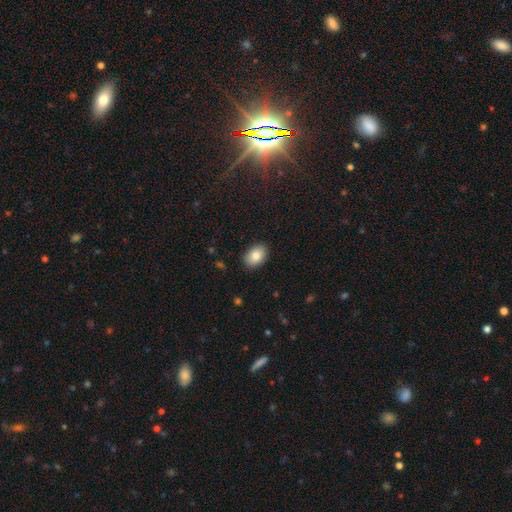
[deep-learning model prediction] Morphology: type=smooth (84%); roundness=in between (84%); merging=none (89%).